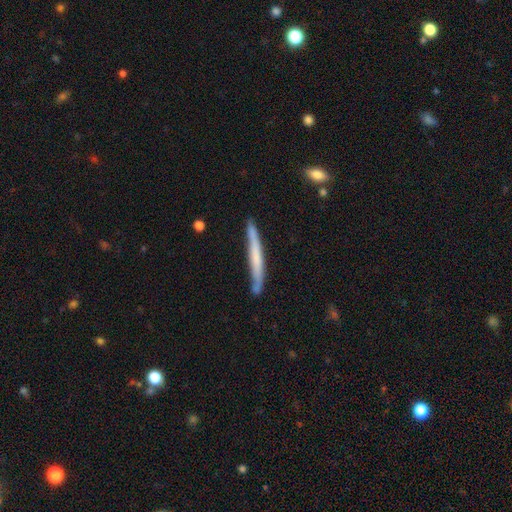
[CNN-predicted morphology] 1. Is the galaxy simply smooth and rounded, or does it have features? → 50% smooth, 44% featured or disk, 6% star or artifact.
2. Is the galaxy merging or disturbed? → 82% none, 14% minor disturbance, 2% merger, 2% major disturbance.